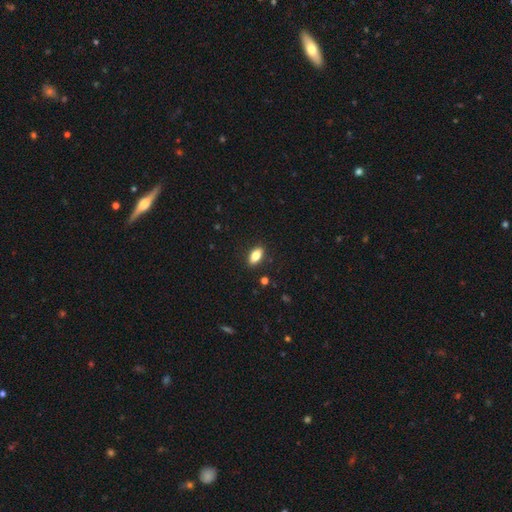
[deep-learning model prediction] A smooth galaxy with no disk features (80%) that is in between round and cigar-shaped (87%). Merging: none (89%).